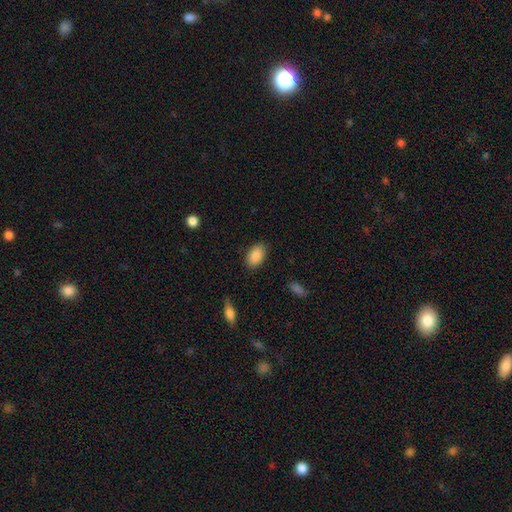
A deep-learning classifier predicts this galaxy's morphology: Smooth or featured: smooth — 88% (star or artifact — 7%)
How rounded: in between — 91% (round — 7%)
Merging: none — 85% (minor disturbance — 11%)